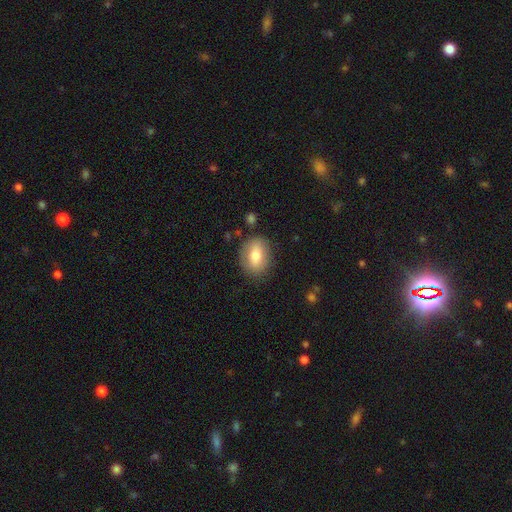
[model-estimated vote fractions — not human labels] Smooth or featured? Predicted: smooth (p=0.71). How rounded? Predicted: in between (p=0.65). Merging? Predicted: none (p=0.81).